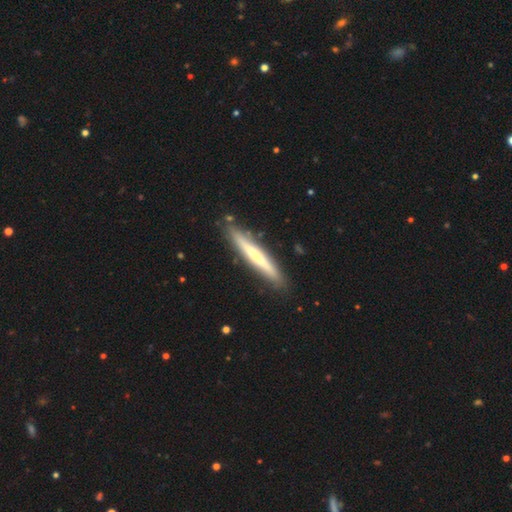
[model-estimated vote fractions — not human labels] Overall: smooth (50%; featured or disk 45%). How rounded: cigar-shaped (94%). Merging: none (84%).